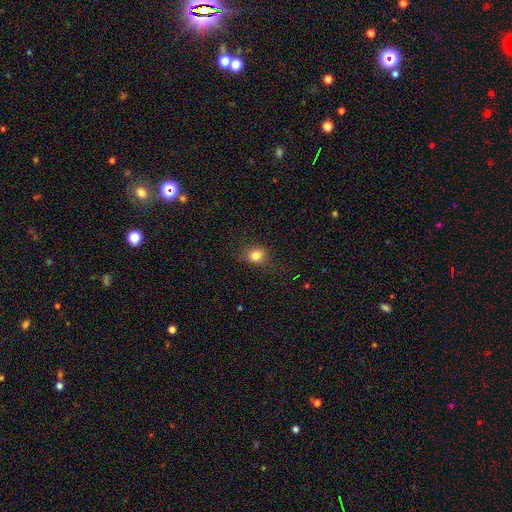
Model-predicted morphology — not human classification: Smooth or featured?
  - smooth: 81% *
  - star or artifact: 12%
  - featured or disk: 7%
How rounded?
  - round: 67% *
  - in between: 32%
  - cigar-shaped: 1%
Merging?
  - none: 79% *
  - minor disturbance: 15%
  - major disturbance: 5%
  - merger: 1%